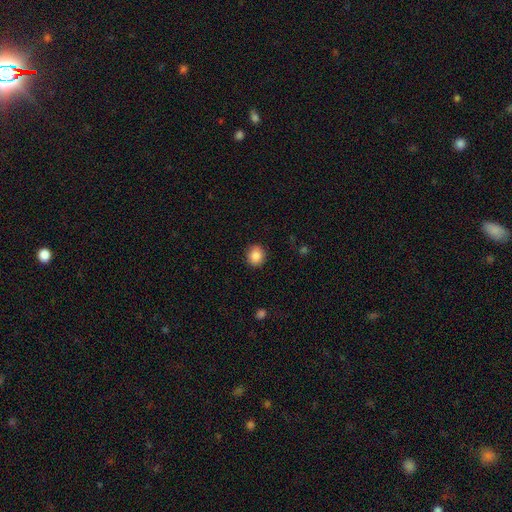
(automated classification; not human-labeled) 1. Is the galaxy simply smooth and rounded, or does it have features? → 86% smooth, 9% star or artifact, 5% featured or disk.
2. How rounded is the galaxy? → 83% round, 16% in between, 1% cigar-shaped.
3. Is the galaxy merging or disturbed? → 90% none, 7% minor disturbance, 2% major disturbance, 1% merger.